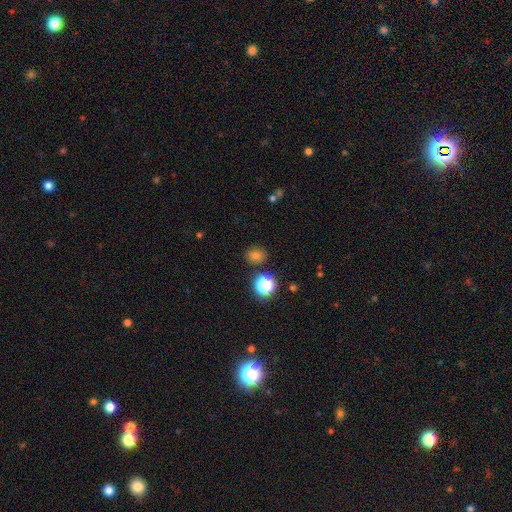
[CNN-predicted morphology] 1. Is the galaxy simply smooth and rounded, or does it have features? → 67% smooth, 25% star or artifact, 8% featured or disk.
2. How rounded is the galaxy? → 71% round, 28% in between, 1% cigar-shaped.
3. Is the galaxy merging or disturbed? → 83% none, 9% minor disturbance, 4% merger, 3% major disturbance.